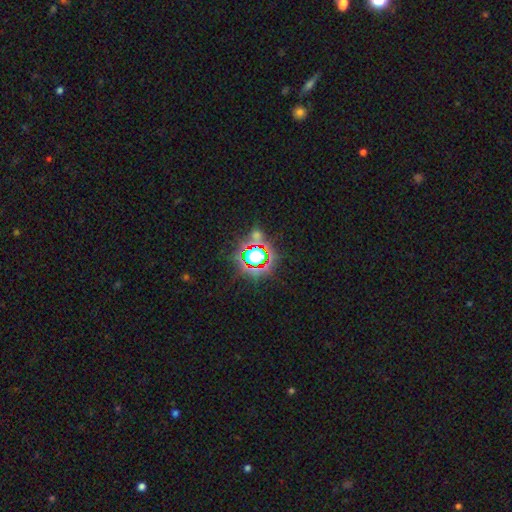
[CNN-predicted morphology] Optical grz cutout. It shows a star or artifact, not a galaxy (74%).